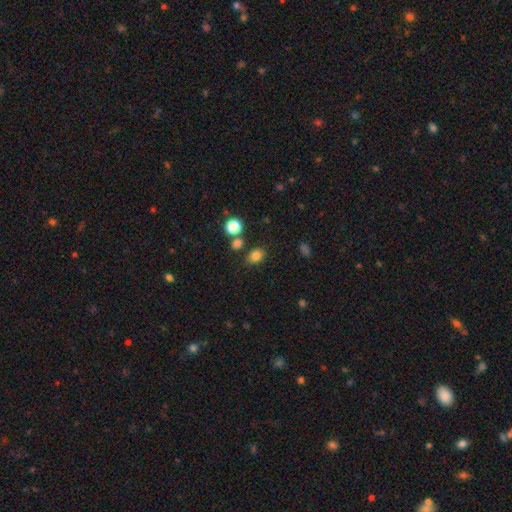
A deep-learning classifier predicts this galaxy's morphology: Smooth or featured?
  - smooth: 80% *
  - star or artifact: 14%
  - featured or disk: 6%
How rounded?
  - in between: 57% *
  - round: 42%
  - cigar-shaped: 1%
Merging?
  - none: 77% *
  - minor disturbance: 11%
  - merger: 8%
  - major disturbance: 4%